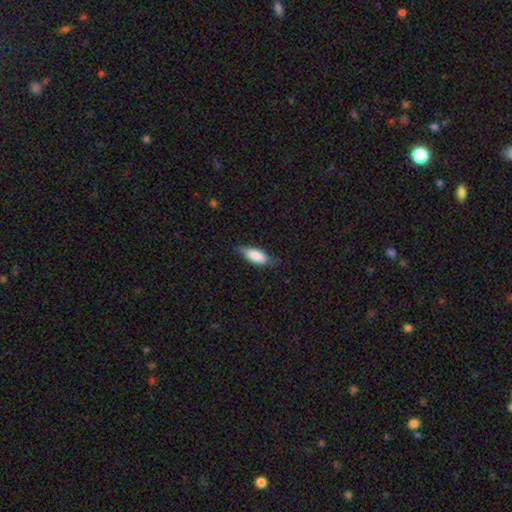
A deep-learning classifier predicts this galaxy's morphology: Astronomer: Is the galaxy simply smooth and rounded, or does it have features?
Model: smooth — 76%.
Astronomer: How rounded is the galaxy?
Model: in between — 71%.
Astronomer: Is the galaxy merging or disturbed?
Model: none — 70%.